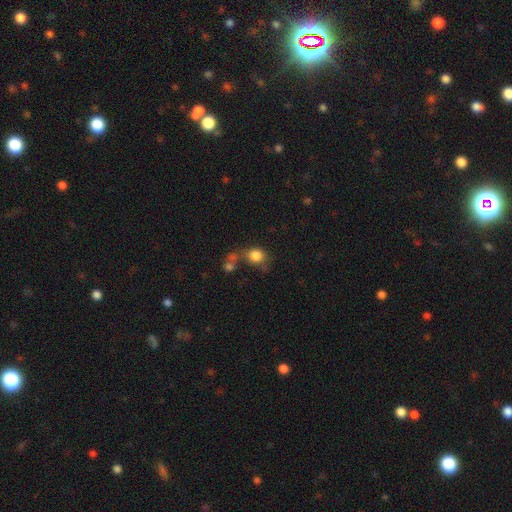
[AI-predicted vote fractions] Smooth or featured?
  - smooth: 82% *
  - star or artifact: 11%
  - featured or disk: 8%
How rounded?
  - round: 73% *
  - in between: 26%
  - cigar-shaped: 1%
Merging?
  - none: 43% *
  - merger: 30%
  - minor disturbance: 16%
  - major disturbance: 11%